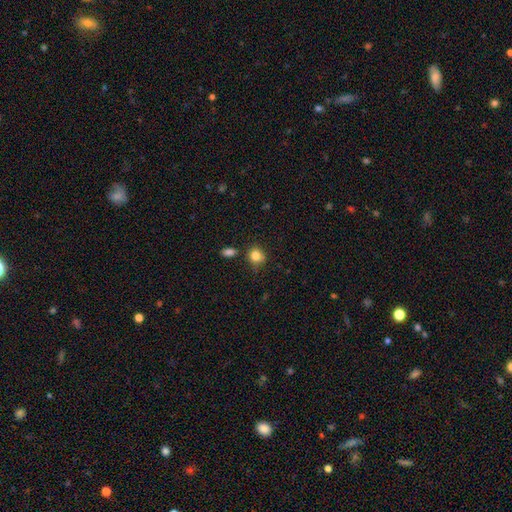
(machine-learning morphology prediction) Smooth or featured?
  - smooth: 84% *
  - star or artifact: 10%
  - featured or disk: 6%
How rounded?
  - round: 78% *
  - in between: 20%
  - cigar-shaped: 1%
Merging?
  - none: 74% *
  - minor disturbance: 17%
  - merger: 6%
  - major disturbance: 4%